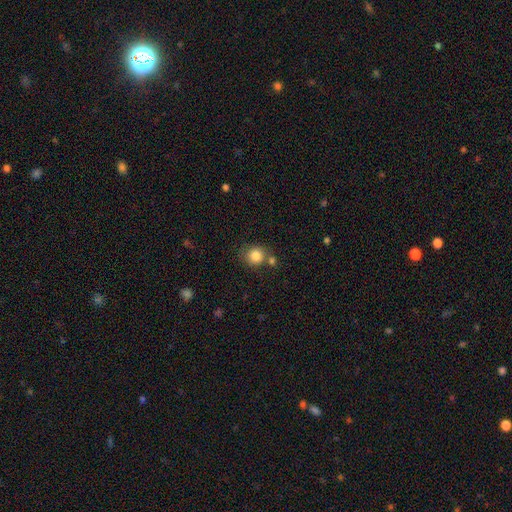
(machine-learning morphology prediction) Smooth or featured? smooth (84%)
How rounded? round (83%)
Merging? none (64%)